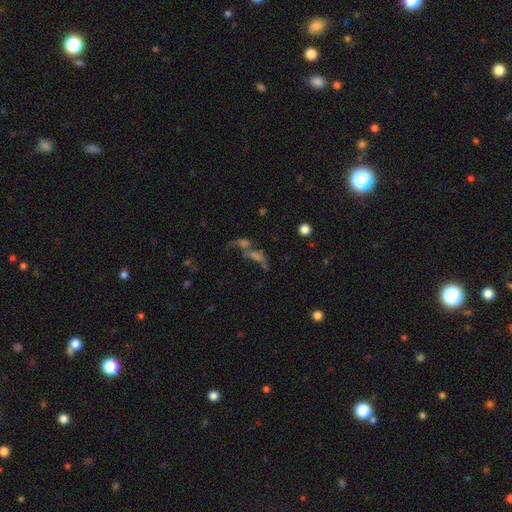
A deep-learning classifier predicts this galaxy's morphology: Smooth or featured? star or artifact (38%)